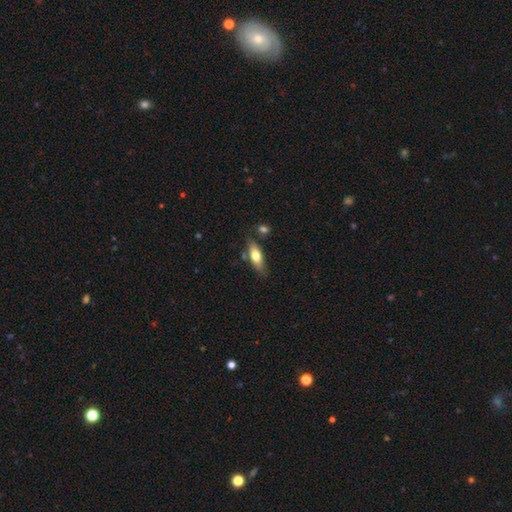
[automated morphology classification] smooth 67%, featured or disk 27%, star or artifact 6%. Down the decision tree: how rounded — in between (65%); merging — none (68%).